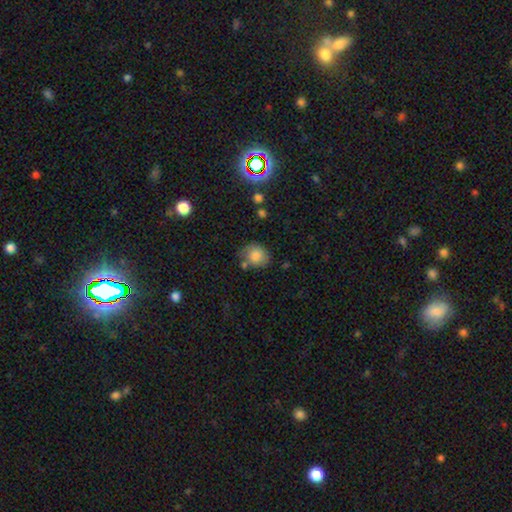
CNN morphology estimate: Smooth or featured? Predicted: smooth (p=0.82). How rounded? Predicted: round (p=0.58). Merging? Predicted: none (p=0.64).